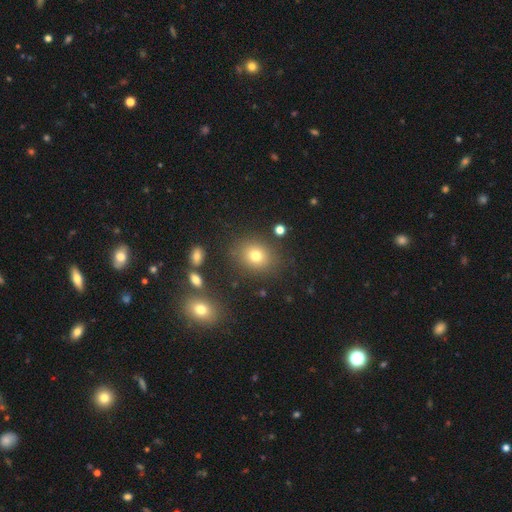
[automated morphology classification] Smooth or featured? smooth (75%)
How rounded? round (63%)
Merging? none (83%)